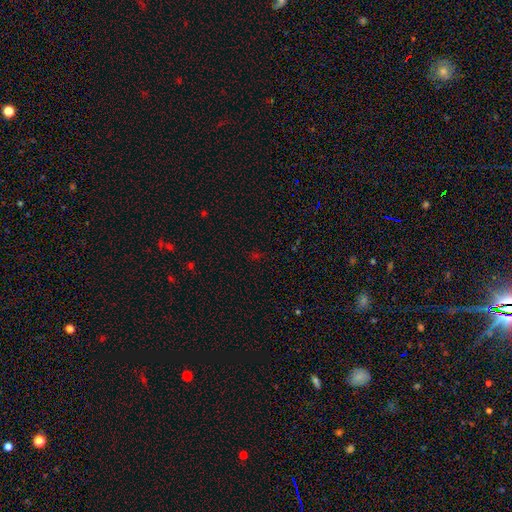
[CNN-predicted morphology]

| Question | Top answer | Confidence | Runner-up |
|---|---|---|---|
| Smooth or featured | star or artifact | 62% | smooth (31%) |